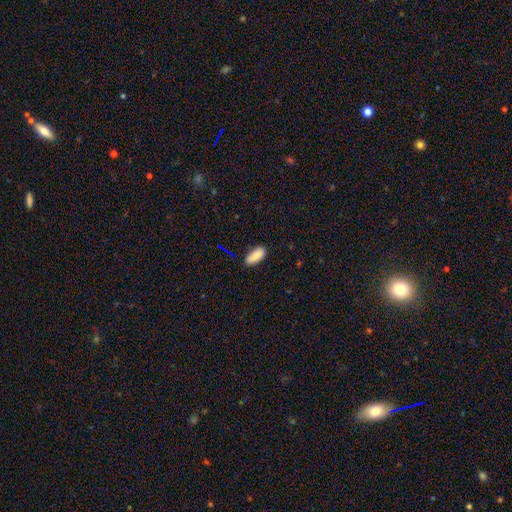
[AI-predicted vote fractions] A smooth galaxy with no disk features (88%) that is in between round and cigar-shaped (86%). Merging: none (84%).